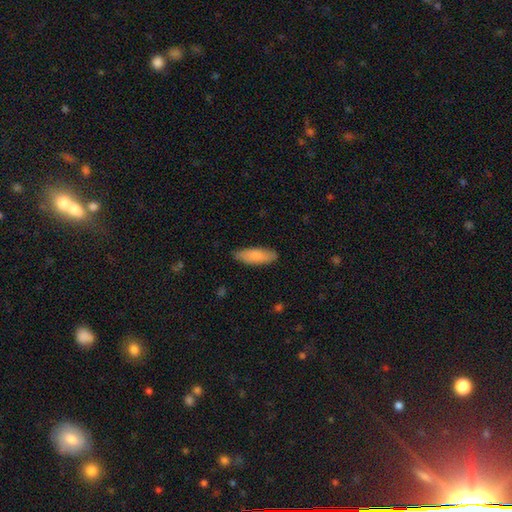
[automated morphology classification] Overall: smooth (82%). How rounded: in between (66%; cigar-shaped 32%). Merging: none (84%).